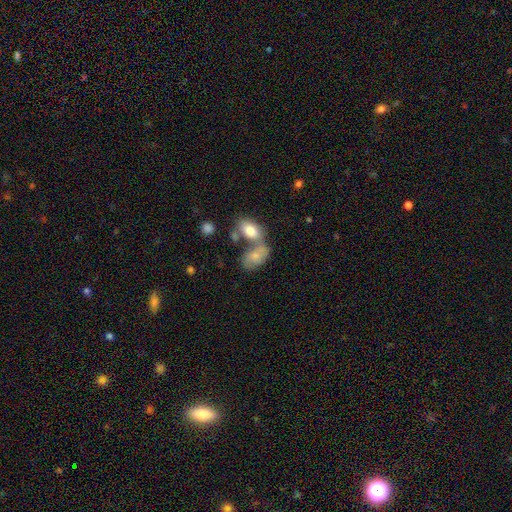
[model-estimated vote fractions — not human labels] Q: Smooth or featured?
A: smooth (72%); runner-up: featured or disk (20%)
Q: How rounded?
A: in between (89%); runner-up: round (8%)
Q: Merging?
A: merger (54%); runner-up: none (27%)